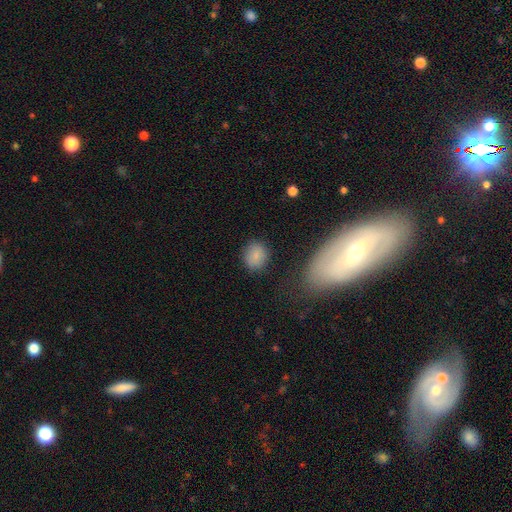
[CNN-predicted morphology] smooth_or_featured: smooth (p=0.84) [alt: star or artifact p=0.10]
how_rounded: round (p=0.64) [alt: in between p=0.35]
merging: none (p=0.85) [alt: minor disturbance p=0.10]